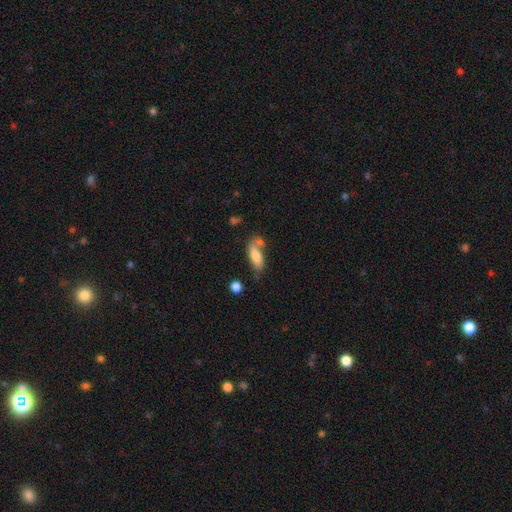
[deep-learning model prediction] smooth_or_featured: smooth (p=0.74) [alt: featured or disk p=0.19]
how_rounded: in between (p=0.62) [alt: cigar-shaped p=0.35]
merging: none (p=0.47) [alt: merger p=0.24]